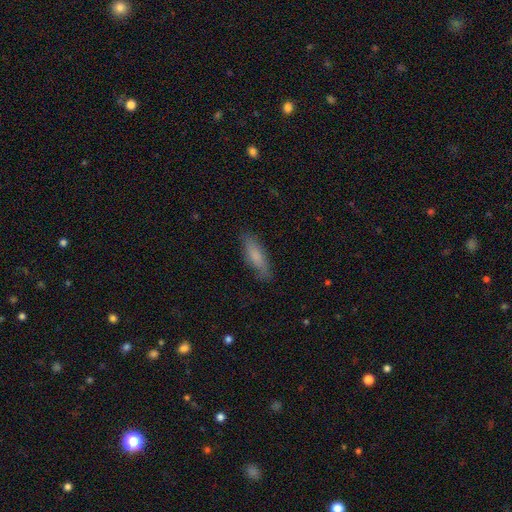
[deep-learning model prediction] Smooth or featured?
  - smooth: 77% *
  - featured or disk: 17%
  - star or artifact: 6%
How rounded?
  - cigar-shaped: 57% *
  - in between: 42%
  - round: 2%
Merging?
  - none: 81% *
  - minor disturbance: 14%
  - major disturbance: 3%
  - merger: 1%